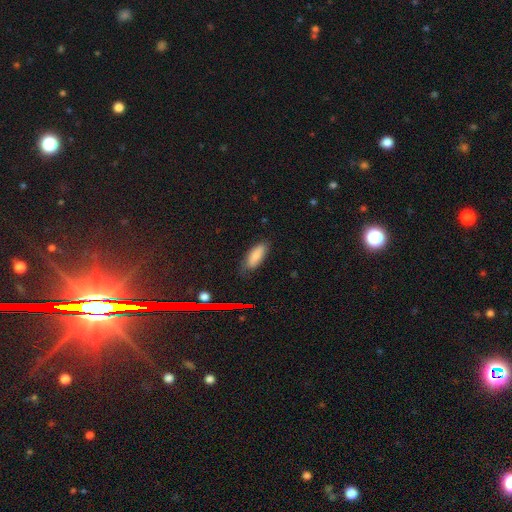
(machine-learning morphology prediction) type=smooth (82%); roundness=in between (73%); merging=none (76%).